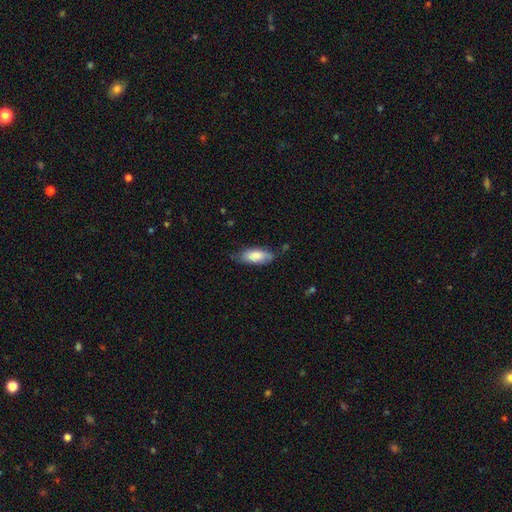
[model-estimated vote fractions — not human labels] This is likely a smooth galaxy (79%). How rounded: likely in between (79%). Merging: likely none (67%).